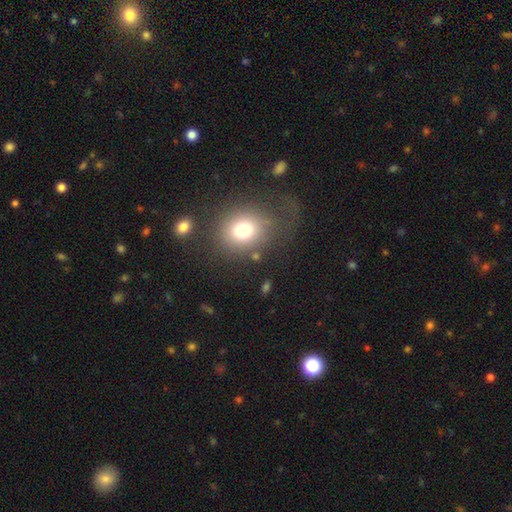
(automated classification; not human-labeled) This is likely a smooth galaxy (73%). How rounded: likely round (67%). Merging: possibly none (59%).